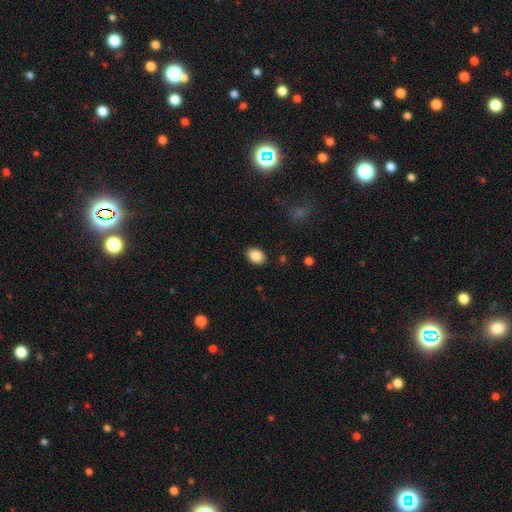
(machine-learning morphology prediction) smooth_or_featured: smooth (p=0.88) [alt: star or artifact p=0.08]
how_rounded: in between (p=0.78) [alt: round p=0.21]
merging: none (p=0.88) [alt: minor disturbance p=0.09]